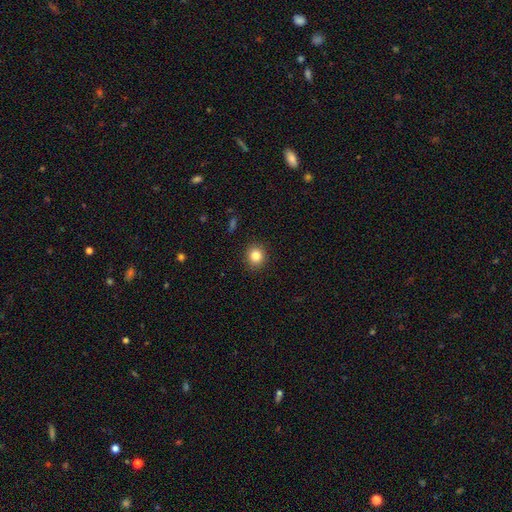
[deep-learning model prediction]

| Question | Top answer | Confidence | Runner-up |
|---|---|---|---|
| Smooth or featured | smooth | 83% | star or artifact (11%) |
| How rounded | round | 87% | in between (12%) |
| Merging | none | 91% | minor disturbance (6%) |